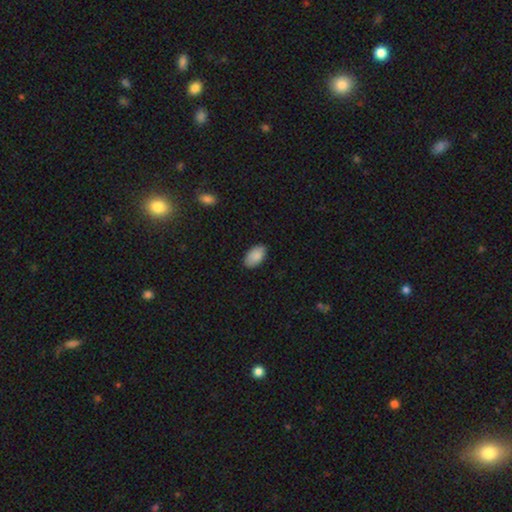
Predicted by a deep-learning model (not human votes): This is clearly a smooth galaxy (88%). How rounded: clearly in between (95%). Merging: clearly none (86%).